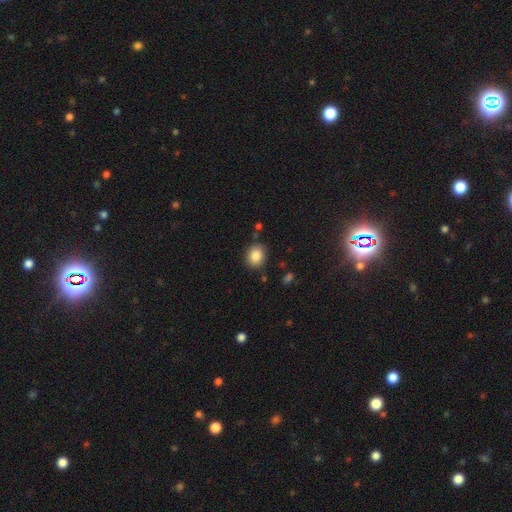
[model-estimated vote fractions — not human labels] Q: Smooth or featured?
A: smooth (86%); runner-up: star or artifact (9%)
Q: How rounded?
A: round (58%); runner-up: in between (41%)
Q: Merging?
A: none (84%); runner-up: minor disturbance (10%)